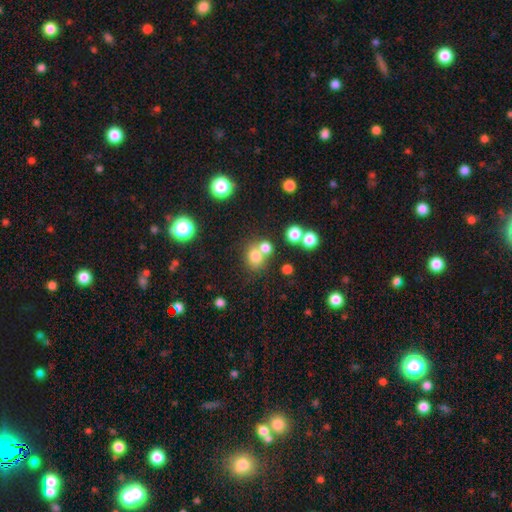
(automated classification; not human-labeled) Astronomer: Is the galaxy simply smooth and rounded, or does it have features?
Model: smooth — 74%.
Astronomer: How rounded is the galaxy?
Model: round — 72%.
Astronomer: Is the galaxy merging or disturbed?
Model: none — 55% (runner-up: merger, 31%).